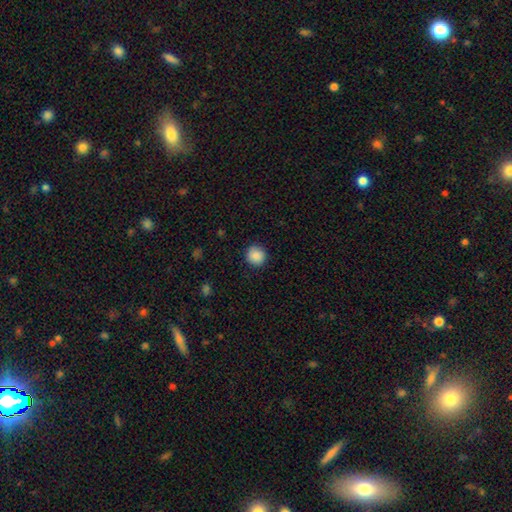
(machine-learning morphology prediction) type=smooth (88%); roundness=round (92%); merging=none (90%).